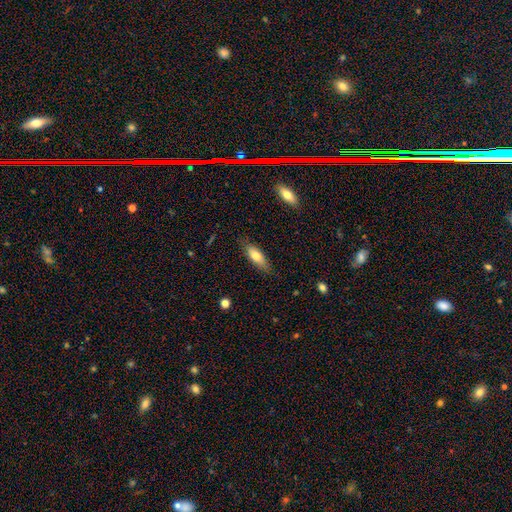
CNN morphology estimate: Overall: smooth (72%). How rounded: in between (62%; cigar-shaped 36%). Merging: none (80%).